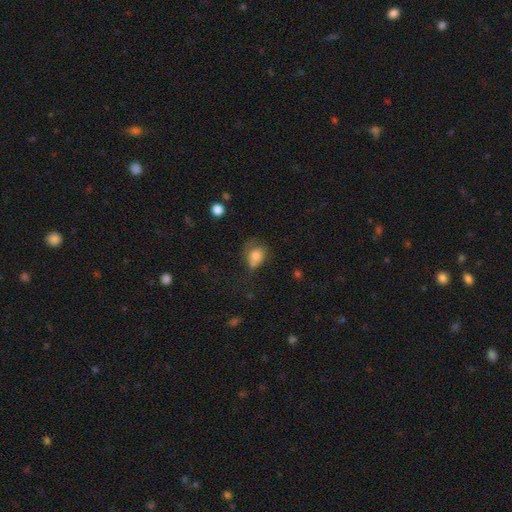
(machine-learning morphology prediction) Overall: smooth (74%). How rounded: round (56%; in between 42%). Merging: none (37%; minor disturbance 31%).